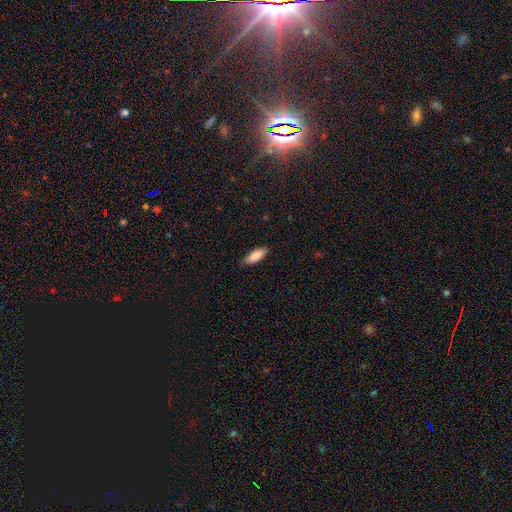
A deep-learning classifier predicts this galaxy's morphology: This appears to be a smooth galaxy with no disk features (87%) that is in between round and cigar-shaped (63%). Merging: none (83%).